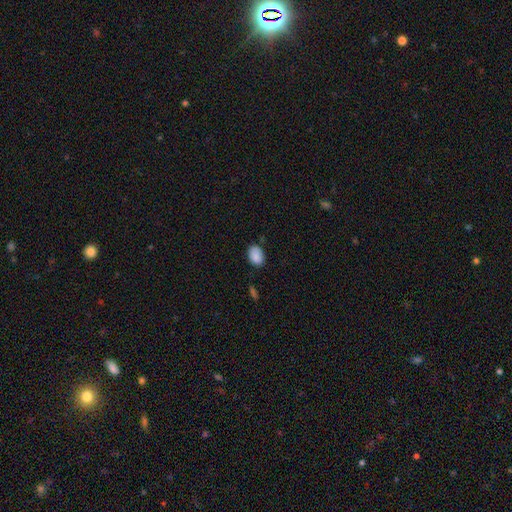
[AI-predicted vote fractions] Smooth or featured?
  - smooth: 88% *
  - star or artifact: 8%
  - featured or disk: 4%
How rounded?
  - in between: 83% *
  - round: 16%
  - cigar-shaped: 1%
Merging?
  - none: 77% *
  - minor disturbance: 17%
  - major disturbance: 3%
  - merger: 3%